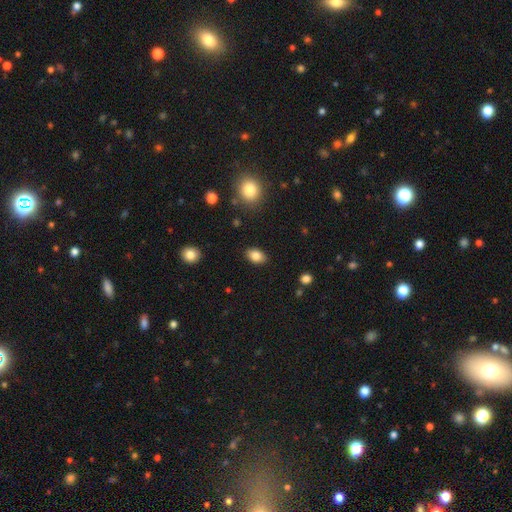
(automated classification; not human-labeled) smooth-or-featured: smooth: 85% | star or artifact: 8% | featured or disk: 7%
  how-rounded: in between: 86% | round: 12% | cigar-shaped: 1%
  merging: none: 87% | minor disturbance: 9% | major disturbance: 3% | merger: 1%